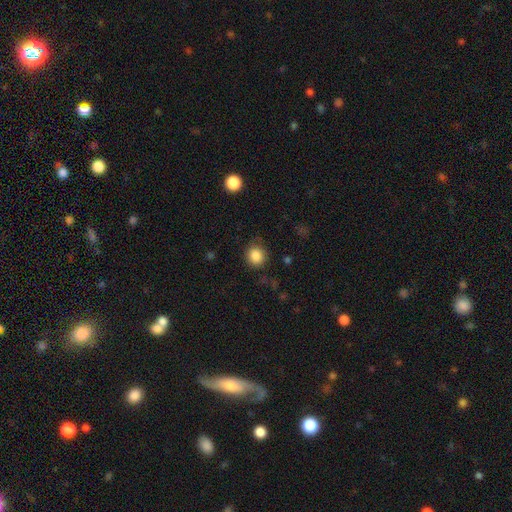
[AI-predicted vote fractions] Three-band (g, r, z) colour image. It shows a smooth galaxy with no disk features (86%) that is round (86%). Merging: none (80%).